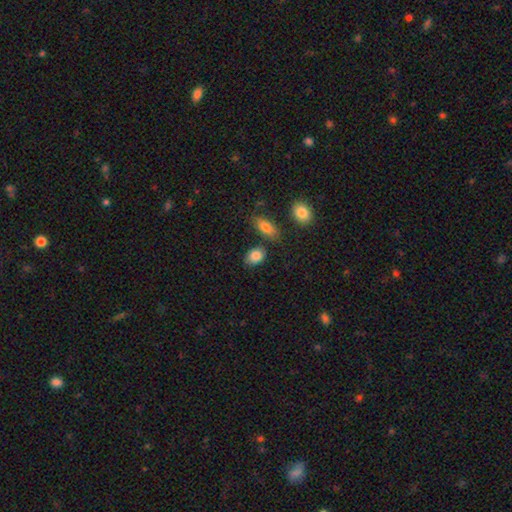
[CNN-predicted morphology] Overall: smooth (86%). How rounded: in between (76%). Merging: none (73%).